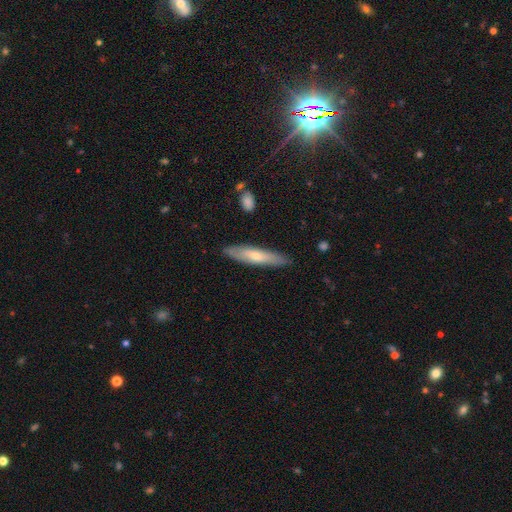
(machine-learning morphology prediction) Overall: smooth (54%; featured or disk 40%). How rounded: cigar-shaped (83%). Merging: none (86%).